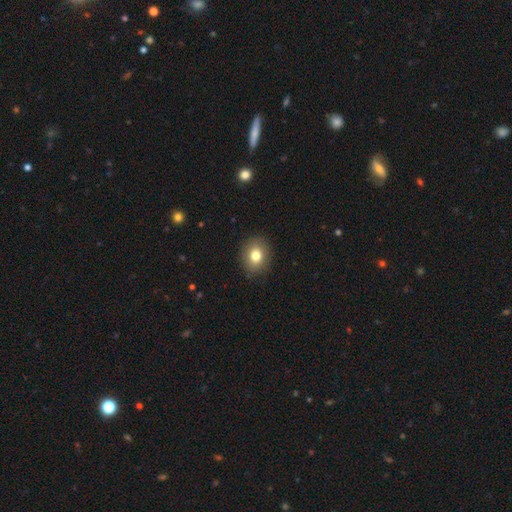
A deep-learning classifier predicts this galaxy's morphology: A smooth galaxy with no disk features (79%) that is round (56%).

Vote fractions:
- Smooth or featured? smooth: 79% / featured or disk: 11% / star or artifact: 10%
- How rounded? round: 56% / in between: 44% / cigar-shaped: 1%
- Merging? none: 88% / minor disturbance: 8% / major disturbance: 2% / merger: 1%